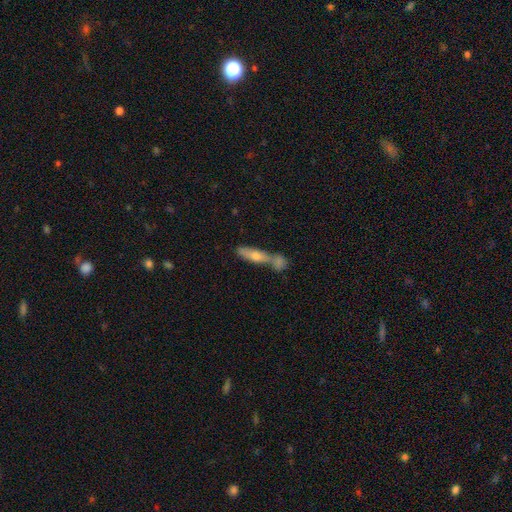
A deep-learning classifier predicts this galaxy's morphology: smooth_or_featured: smooth (p=0.56) [alt: featured or disk p=0.36]
how_rounded: cigar-shaped (p=0.69) [alt: in between p=0.28]
merging: merger (p=0.48) [alt: none p=0.38]